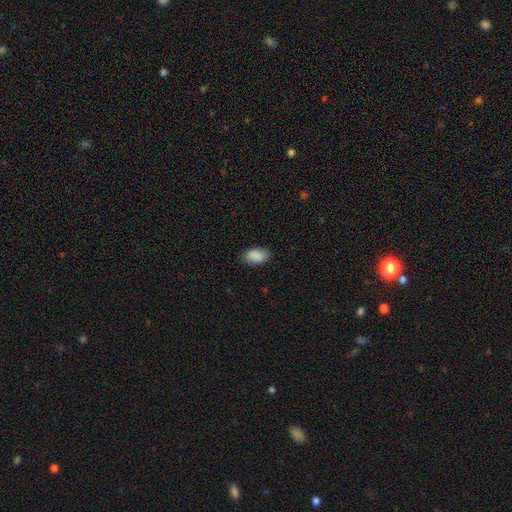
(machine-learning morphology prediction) A smooth galaxy with no disk features (90%) that is in between round and cigar-shaped (92%).

Vote fractions:
- Smooth or featured? smooth: 90% / star or artifact: 7% / featured or disk: 3%
- How rounded? in between: 92% / round: 7% / cigar-shaped: 1%
- Merging? none: 85% / minor disturbance: 11% / major disturbance: 3% / merger: 1%